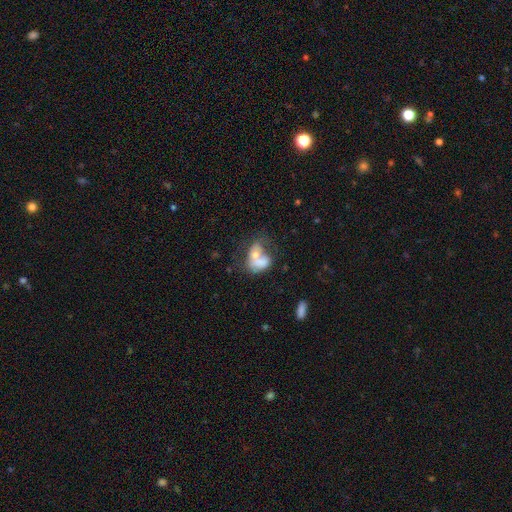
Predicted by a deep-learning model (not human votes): Overall: smooth (55%; featured or disk 34%). How rounded: in between (72%). Merging: merger (55%; none 19%).